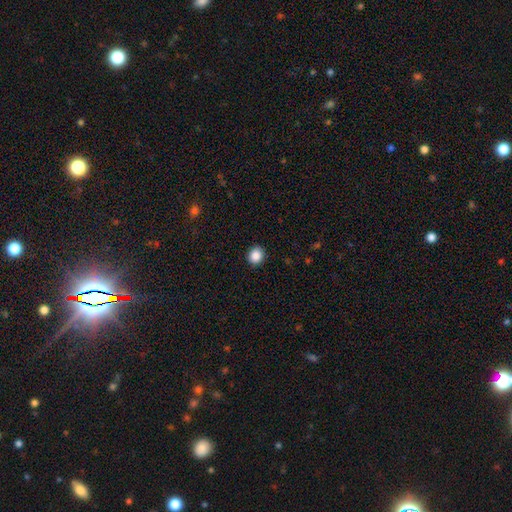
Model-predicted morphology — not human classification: Smooth or featured? smooth (88%)
How rounded? round (77%)
Merging? none (91%)